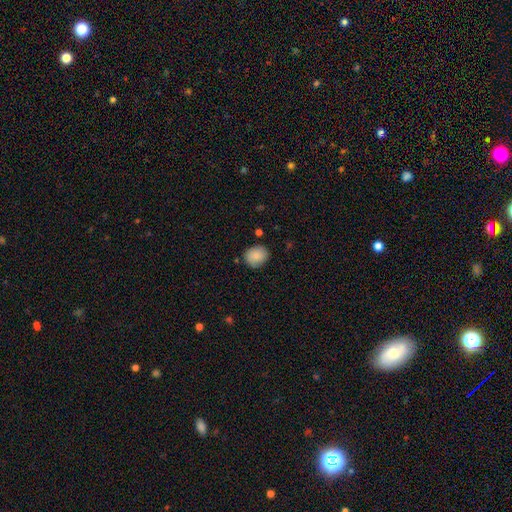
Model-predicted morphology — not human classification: Smooth or featured?
  - smooth: 88% *
  - star or artifact: 7%
  - featured or disk: 5%
How rounded?
  - round: 67% *
  - in between: 32%
  - cigar-shaped: 1%
Merging?
  - none: 82% *
  - minor disturbance: 13%
  - major disturbance: 3%
  - merger: 2%